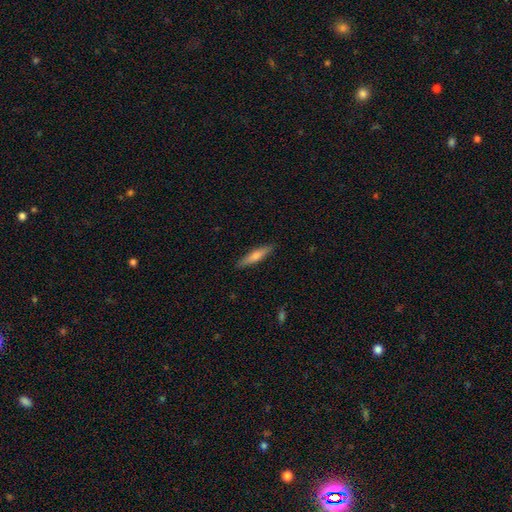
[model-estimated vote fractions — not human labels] Overall: smooth (49%; featured or disk 45%). Merging: none (90%).